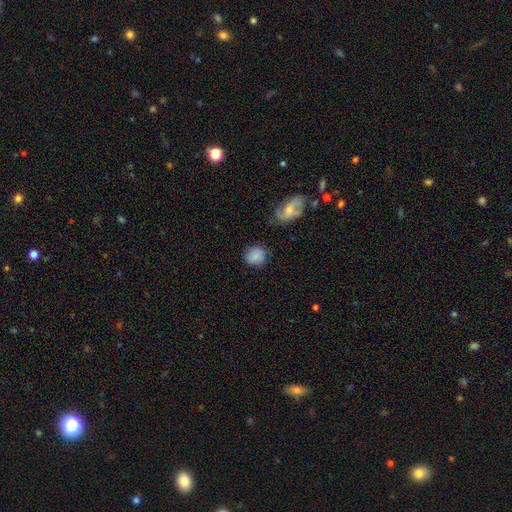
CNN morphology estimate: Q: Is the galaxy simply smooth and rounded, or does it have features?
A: smooth — 82%.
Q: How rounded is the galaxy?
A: round — 78%.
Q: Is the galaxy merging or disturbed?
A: none — 78%.